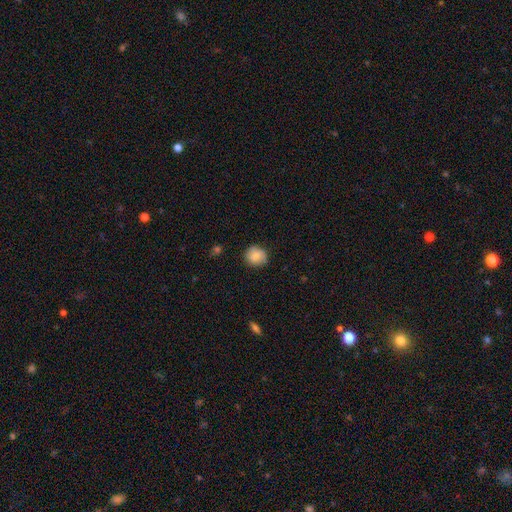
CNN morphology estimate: Smooth or featured: smooth — 79% (featured or disk — 14%)
How rounded: round — 83% (in between — 16%)
Merging: none — 81% (minor disturbance — 15%)